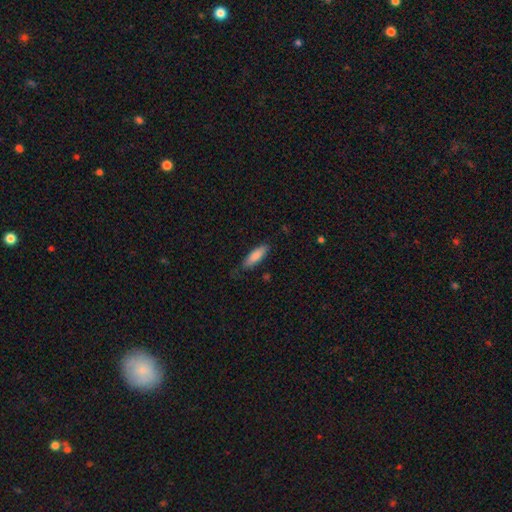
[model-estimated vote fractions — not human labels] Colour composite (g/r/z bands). It shows a smooth galaxy with no disk features (84%) that is in between round and cigar-shaped (53%). Merging: none (76%).